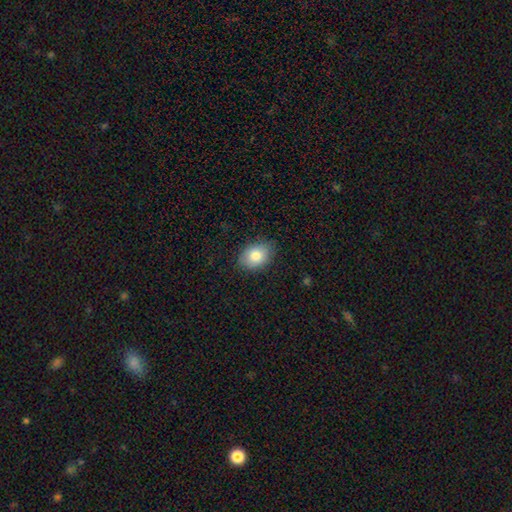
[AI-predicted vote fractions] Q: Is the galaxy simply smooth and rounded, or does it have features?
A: smooth — 81%.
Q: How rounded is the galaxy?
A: in between — 75%.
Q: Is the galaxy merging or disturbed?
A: none — 83%.